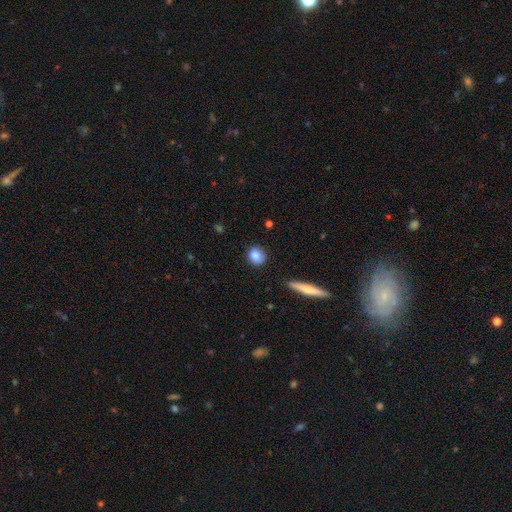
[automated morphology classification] Overall: smooth (84%). How rounded: round (78%). Merging: none (88%).